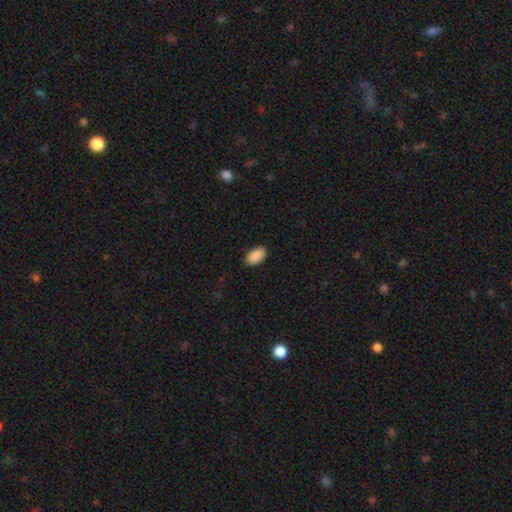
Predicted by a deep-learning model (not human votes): smooth_or_featured: smooth (p=0.91) [alt: star or artifact p=0.06]
how_rounded: in between (p=0.95) [alt: round p=0.03]
merging: none (p=0.89) [alt: minor disturbance p=0.09]